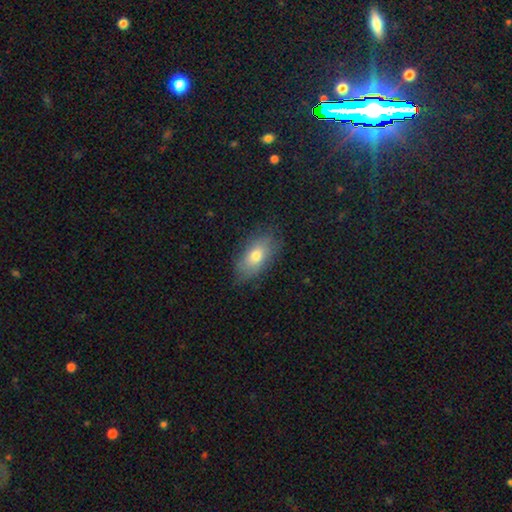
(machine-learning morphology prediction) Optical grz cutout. It shows a smooth galaxy with no disk features (74%) that is in between round and cigar-shaped (88%). Merging: none (78%).